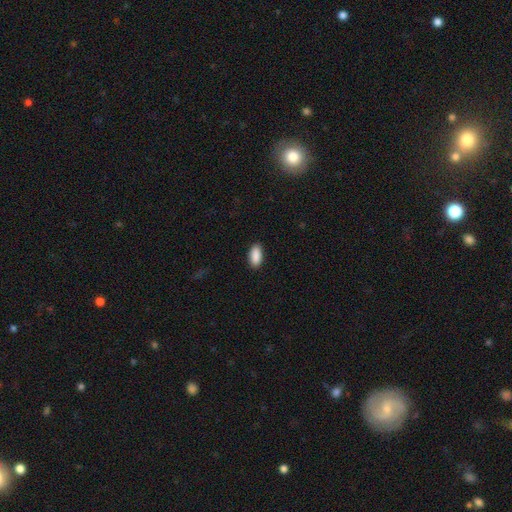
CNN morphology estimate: This is clearly a smooth galaxy (91%). How rounded: clearly in between (91%). Merging: clearly none (90%).